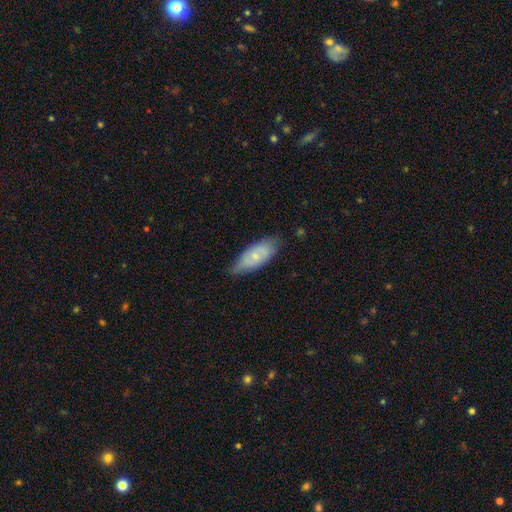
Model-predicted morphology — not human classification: Smooth or featured?
  - smooth: 60% *
  - featured or disk: 34%
  - star or artifact: 6%
How rounded?
  - in between: 81% *
  - cigar-shaped: 16%
  - round: 2%
Merging?
  - none: 68% *
  - minor disturbance: 26%
  - major disturbance: 5%
  - merger: 1%